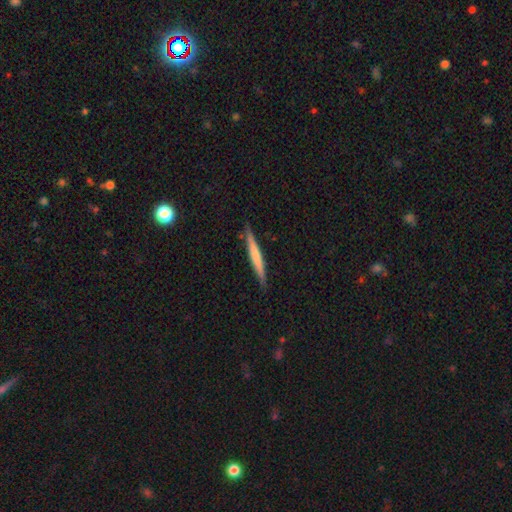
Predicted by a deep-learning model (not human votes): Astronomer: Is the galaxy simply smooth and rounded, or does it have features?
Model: smooth — 54% (runner-up: featured or disk, 41%).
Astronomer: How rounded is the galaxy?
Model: cigar-shaped — 96%.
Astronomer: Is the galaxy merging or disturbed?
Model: none — 88%.